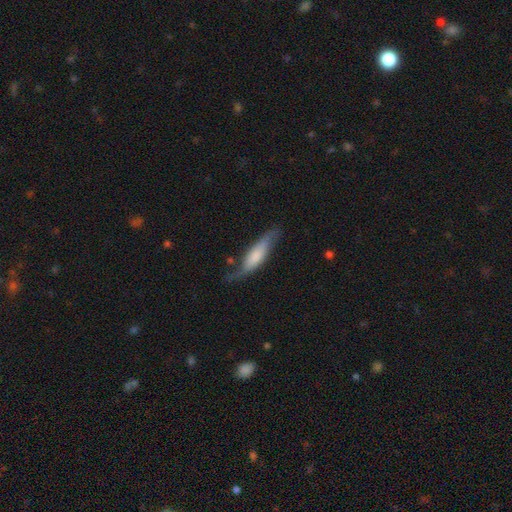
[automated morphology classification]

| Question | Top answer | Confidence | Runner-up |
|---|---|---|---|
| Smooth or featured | smooth | 53% | featured or disk (41%) |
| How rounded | cigar-shaped | 63% | in between (35%) |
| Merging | none | 52% | minor disturbance (31%) |